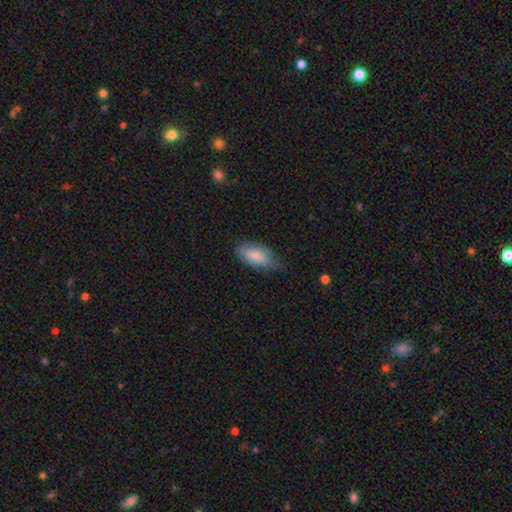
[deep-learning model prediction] The model was most divided on "merging": none: 68%, minor disturbance: 25%, major disturbance: 5%, merger: 1%. More confident: how rounded — in between (89%); smooth or featured — smooth (83%).